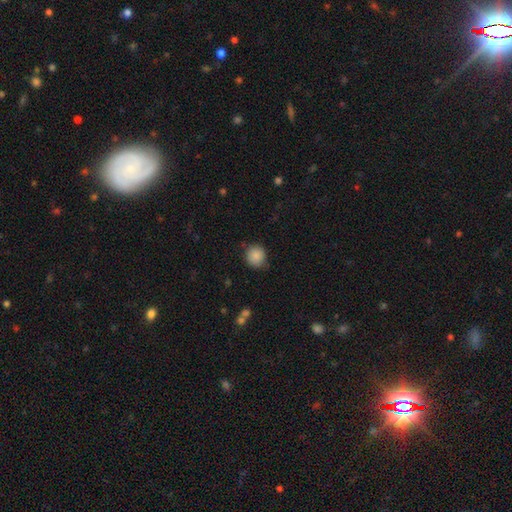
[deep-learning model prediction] A smooth galaxy with no disk features (88%) that is round (89%).

Vote fractions:
- Smooth or featured? smooth: 88% / star or artifact: 9% / featured or disk: 4%
- How rounded? round: 89% / in between: 10% / cigar-shaped: 1%
- Merging? none: 80% / minor disturbance: 14% / major disturbance: 3% / merger: 2%